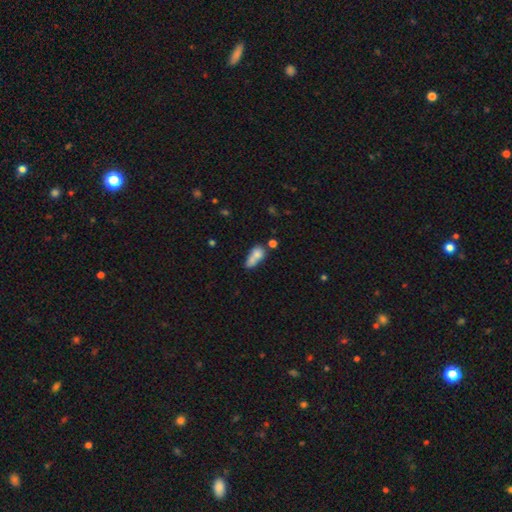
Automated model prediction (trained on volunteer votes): Q: Smooth or featured?
A: smooth (71%); runner-up: featured or disk (19%)
Q: How rounded?
A: in between (61%); runner-up: round (24%)
Q: Merging?
A: merger (55%); runner-up: none (24%)